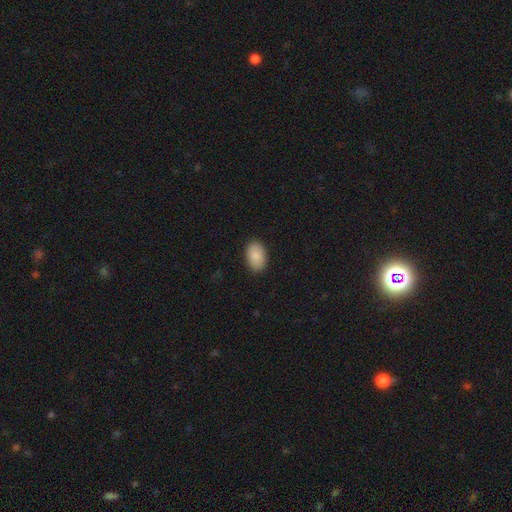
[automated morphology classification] This is clearly a smooth galaxy (89%). How rounded: clearly in between (90%). Merging: clearly none (89%).